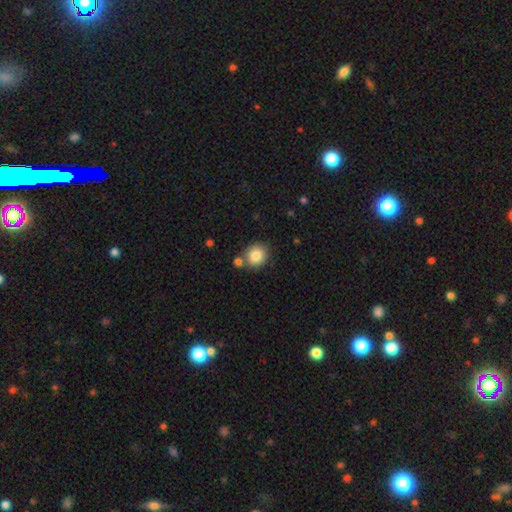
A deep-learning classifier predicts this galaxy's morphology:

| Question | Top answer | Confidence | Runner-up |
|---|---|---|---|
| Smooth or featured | smooth | 84% | star or artifact (9%) |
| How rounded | round | 80% | in between (19%) |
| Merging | none | 73% | merger (14%) |